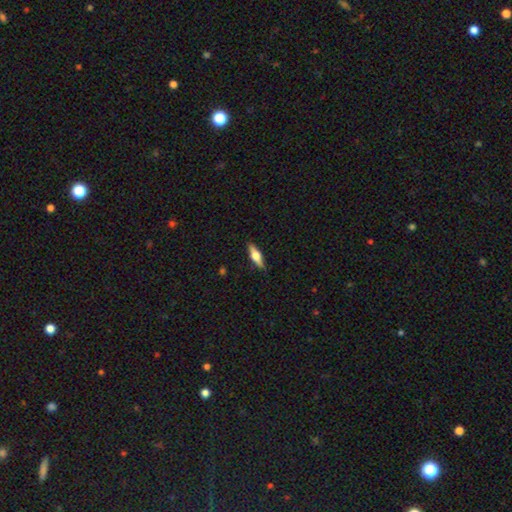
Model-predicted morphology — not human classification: type=featured or disk (54%); edge-on=yes (94%); edge-on bulge=rounded (93%); merging=none (88%).